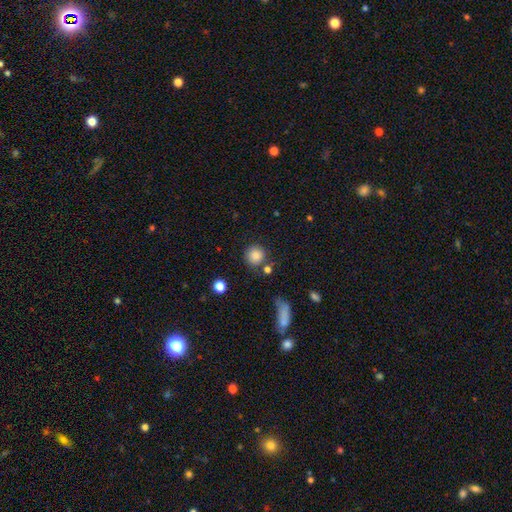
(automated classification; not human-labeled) smooth-or-featured: smooth: 85% | star or artifact: 10% | featured or disk: 5%
  how-rounded: round: 91% | in between: 8% | cigar-shaped: 1%
  merging: none: 78% | minor disturbance: 11% | merger: 7% | major disturbance: 4%